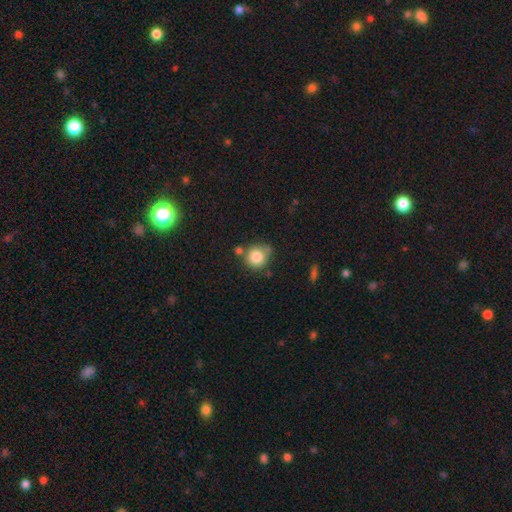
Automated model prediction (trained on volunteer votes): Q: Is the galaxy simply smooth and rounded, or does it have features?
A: smooth — 82%.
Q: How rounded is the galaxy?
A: round — 88%.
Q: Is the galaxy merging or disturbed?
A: none — 64%.